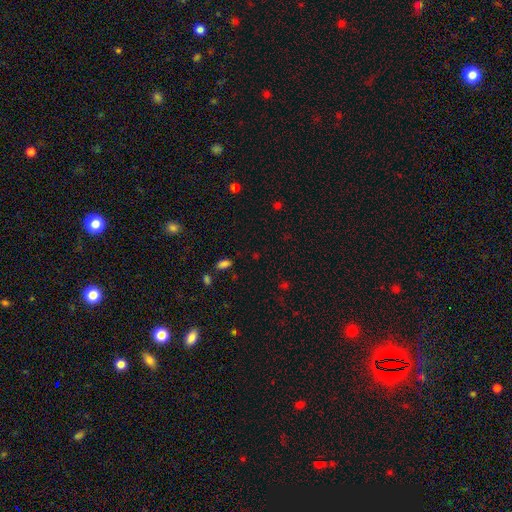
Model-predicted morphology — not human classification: Overall: smooth (57%; star or artifact 37%). How rounded: in between (66%; round 27%). Merging: none (76%).